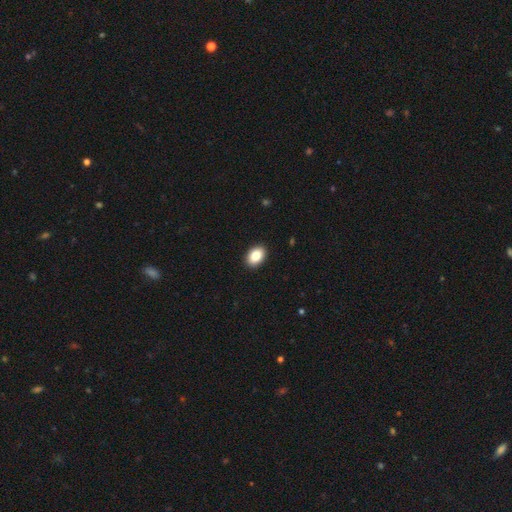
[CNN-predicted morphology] type=smooth (85%); roundness=in between (82%); merging=none (91%).